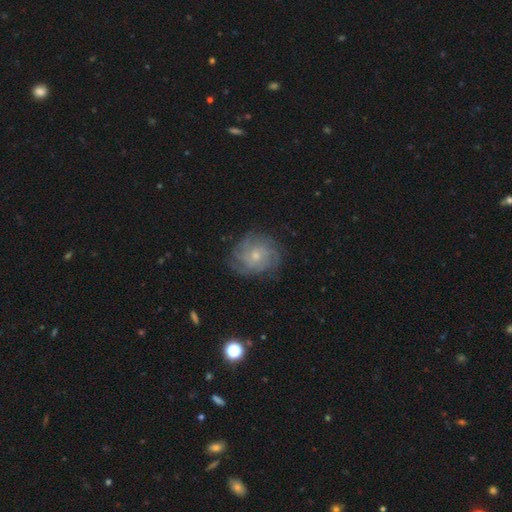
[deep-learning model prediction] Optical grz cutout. It shows a featured or disk galaxy (70%) with no bar (76%), tight (59%) spiral arms (91%) and a small central bulge (57%). Merging: none (76%).